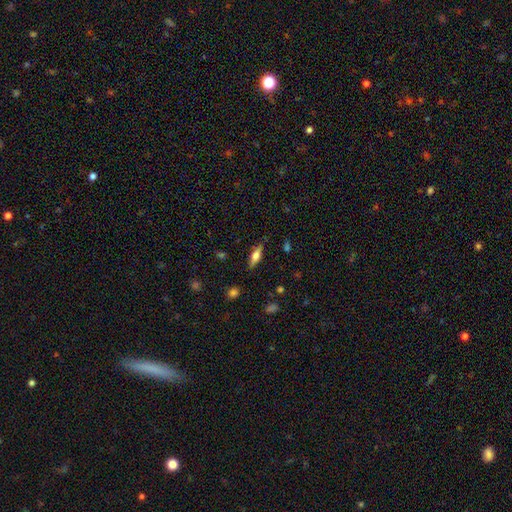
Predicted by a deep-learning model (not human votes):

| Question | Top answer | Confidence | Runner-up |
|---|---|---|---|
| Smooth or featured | featured or disk | 52% | smooth (40%) |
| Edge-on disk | yes | 93% | no (7%) |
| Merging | none | 85% | minor disturbance (10%) |